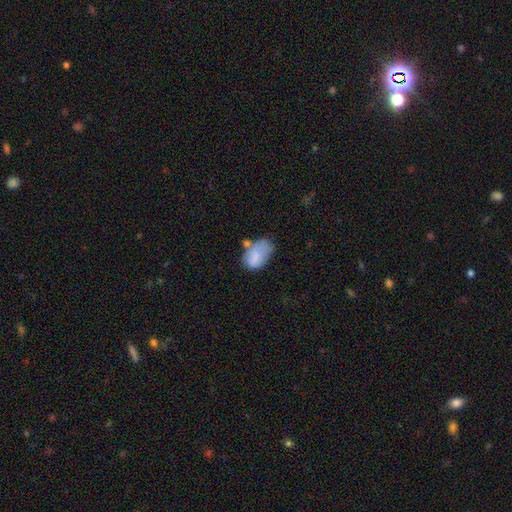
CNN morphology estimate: Smooth or featured? smooth (75%)
How rounded? in between (89%)
Merging? none (36%)